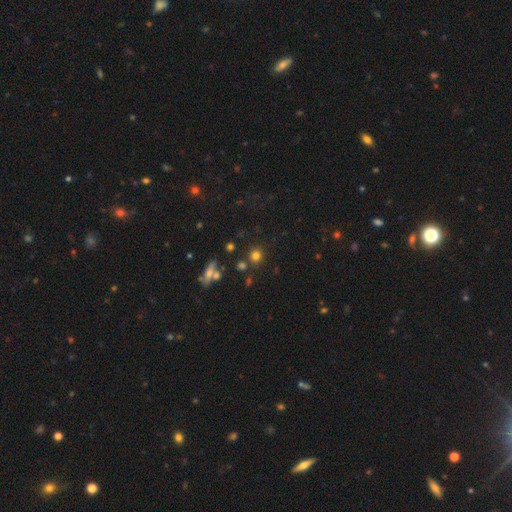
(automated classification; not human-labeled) A smooth galaxy with no disk features (74%) that is round (89%). Merging: none (78%).